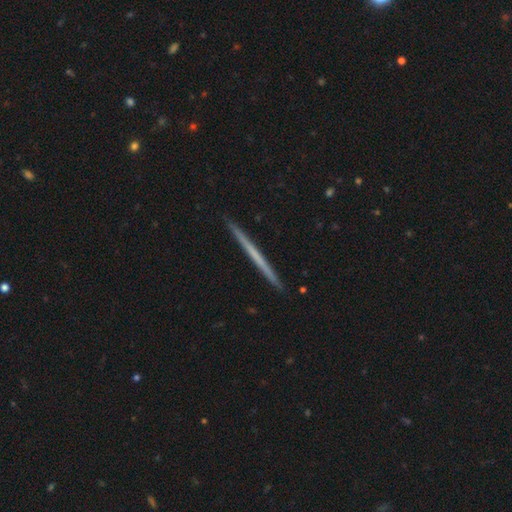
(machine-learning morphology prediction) Smooth or featured? featured or disk (54%)
Edge-on disk? yes (98%)
Edge-on bulge? none (94%)
Merging? none (93%)